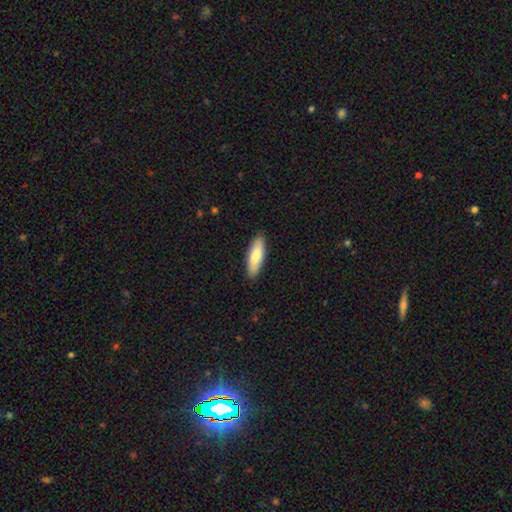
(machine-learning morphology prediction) This is likely a smooth galaxy (77%). How rounded: possibly in between (52%). Merging: clearly none (89%).